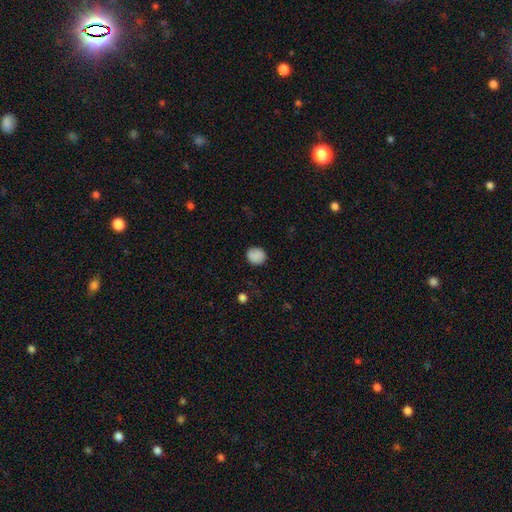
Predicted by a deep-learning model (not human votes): A smooth galaxy with no disk features (86%) that is round (73%). Merging: none (84%).